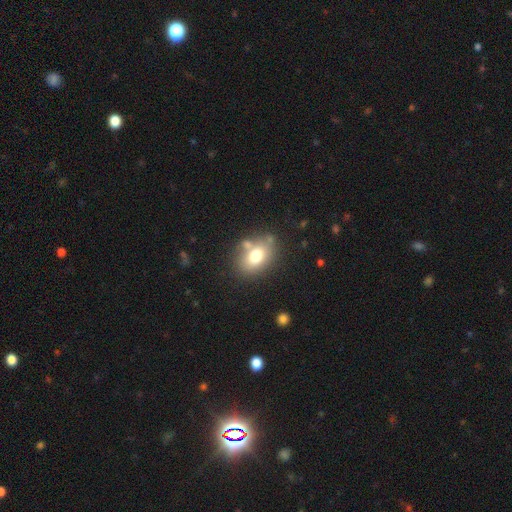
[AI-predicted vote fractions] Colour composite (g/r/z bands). It shows a smooth galaxy with no disk features (72%) that is in between round and cigar-shaped (74%). Merging: none (66%).